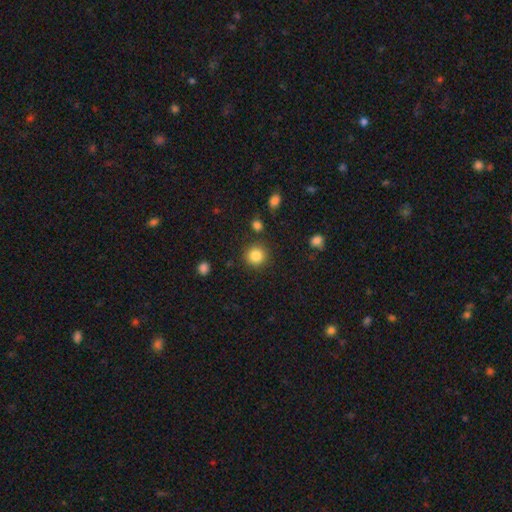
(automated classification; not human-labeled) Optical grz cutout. It shows a smooth galaxy with no disk features (85%) that is round (92%). Merging: none (87%).